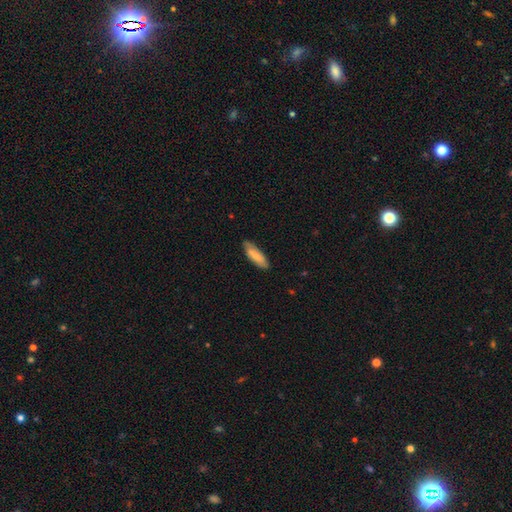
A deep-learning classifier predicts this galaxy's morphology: smooth 71%, featured or disk 24%, star or artifact 6%. Down the decision tree: how rounded — in between (58%); merging — none (76%).